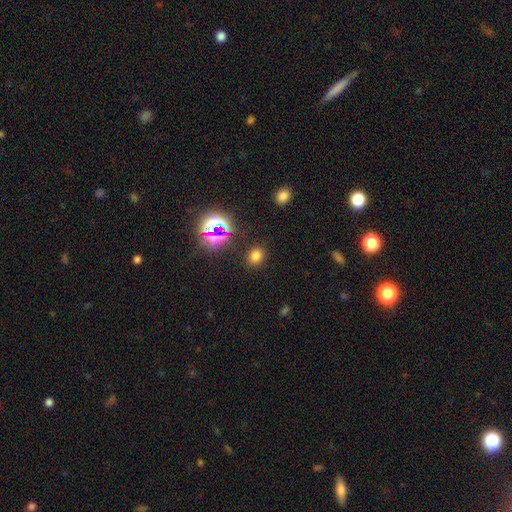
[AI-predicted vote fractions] Smooth or featured: smooth — 70% (star or artifact — 24%)
How rounded: round — 62% (in between — 37%)
Merging: none — 87% (minor disturbance — 8%)